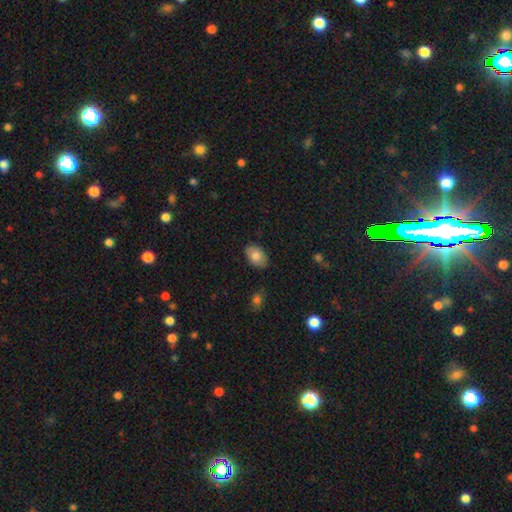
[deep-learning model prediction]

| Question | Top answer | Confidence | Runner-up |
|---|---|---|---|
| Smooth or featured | smooth | 82% | featured or disk (11%) |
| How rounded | in between | 88% | round (11%) |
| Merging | none | 85% | minor disturbance (11%) |